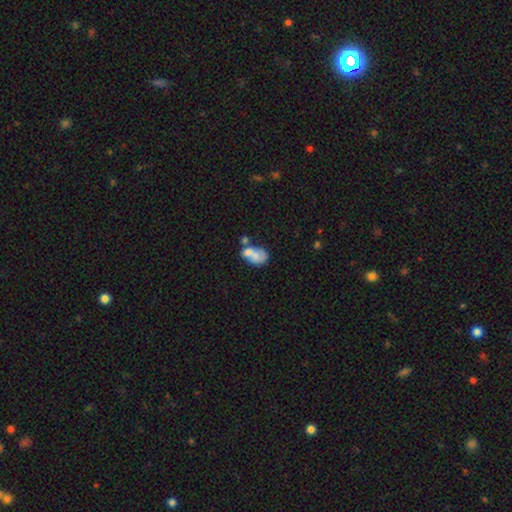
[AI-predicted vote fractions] This is possibly a smooth galaxy (58%). How rounded: clearly in between (81%). Merging: possibly merger (54%).